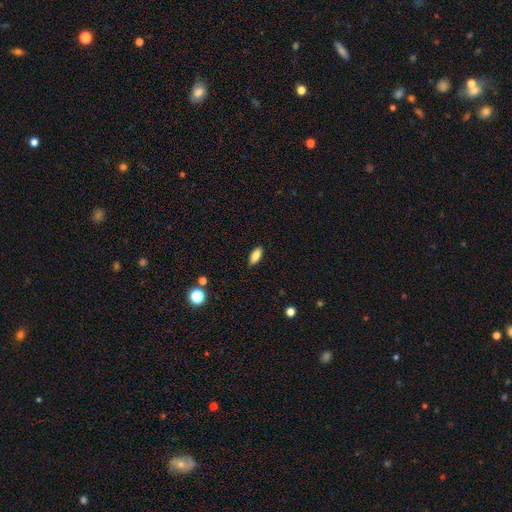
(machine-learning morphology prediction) Smooth or featured? smooth (83%)
How rounded? in between (81%)
Merging? none (88%)